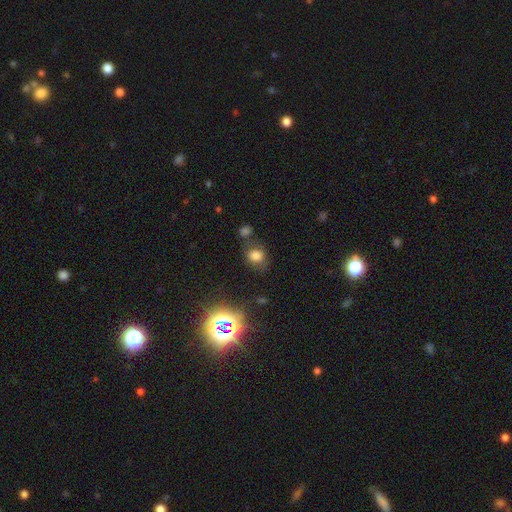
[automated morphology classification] The model was most divided on "how rounded": round: 60%, in between: 38%, cigar-shaped: 1%. More confident: smooth or featured — smooth (71%); merging — none (66%).